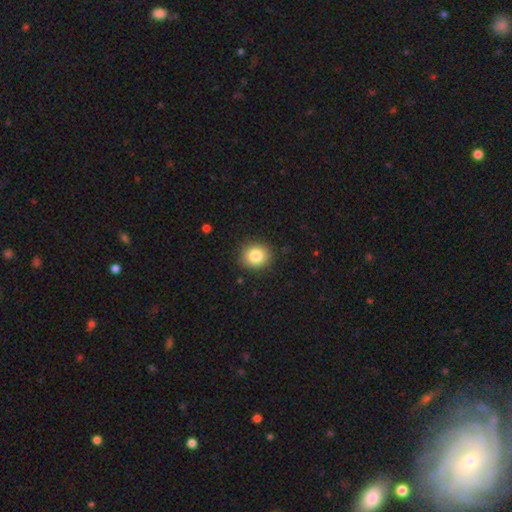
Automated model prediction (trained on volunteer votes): This appears to be a smooth galaxy with no disk features (83%) that is round (81%). Merging: none (90%).